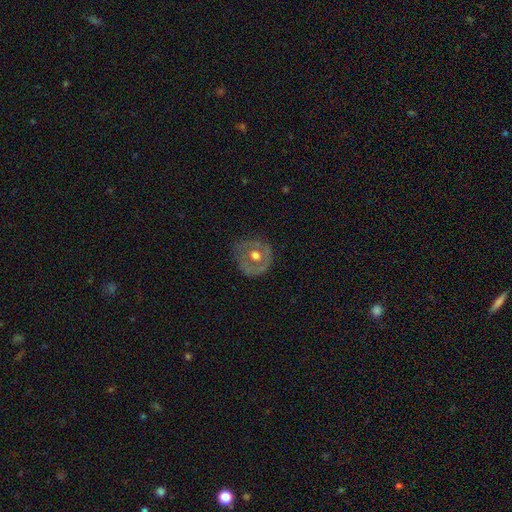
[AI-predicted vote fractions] Morphology: type=featured or disk (56%); edge-on=no (96%); bar=no (84%); spiral arms=no (75%); bulge=moderate (74%); merging=none (70%).